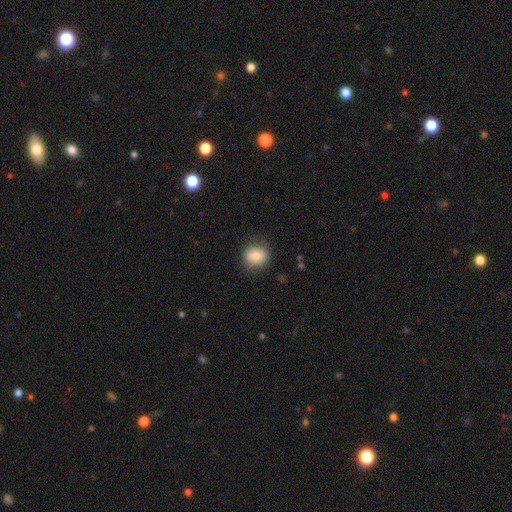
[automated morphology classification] Smooth or featured? smooth (81%)
How rounded? round (77%)
Merging? none (77%)